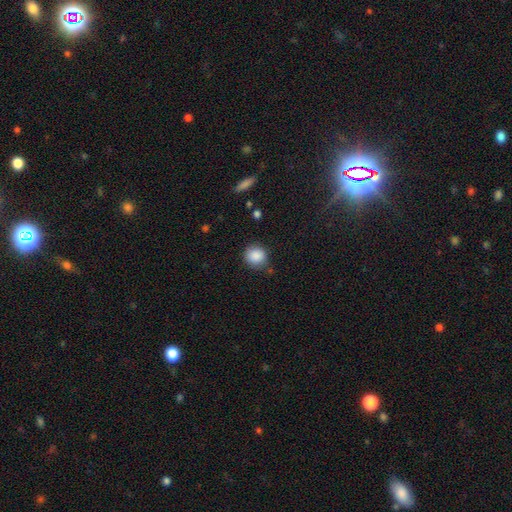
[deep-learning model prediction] smooth 88%, star or artifact 9%, featured or disk 4%. Down the decision tree: how rounded — round (87%); merging — none (81%).